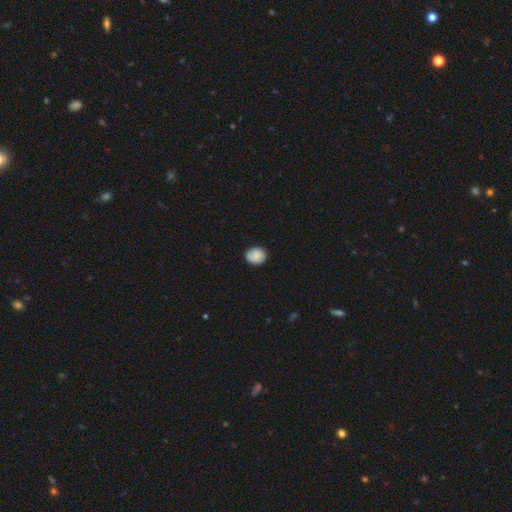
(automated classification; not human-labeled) Smooth or featured? smooth (72%)
How rounded? round (67%)
Merging? none (80%)